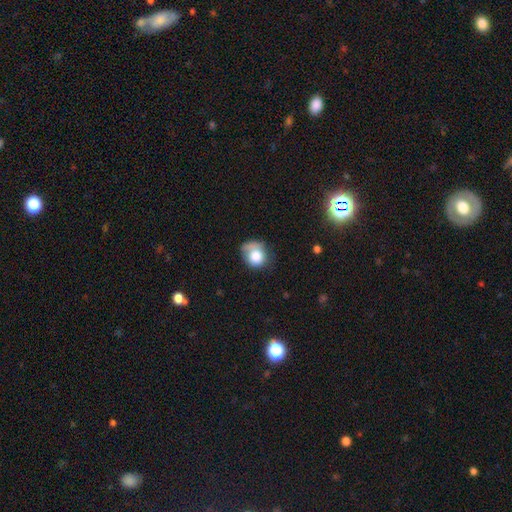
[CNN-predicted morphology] smooth_or_featured: smooth (p=0.75) [alt: featured or disk p=0.17]
how_rounded: round (p=0.72) [alt: in between p=0.27]
merging: none (p=0.42) [alt: minor disturbance p=0.32]